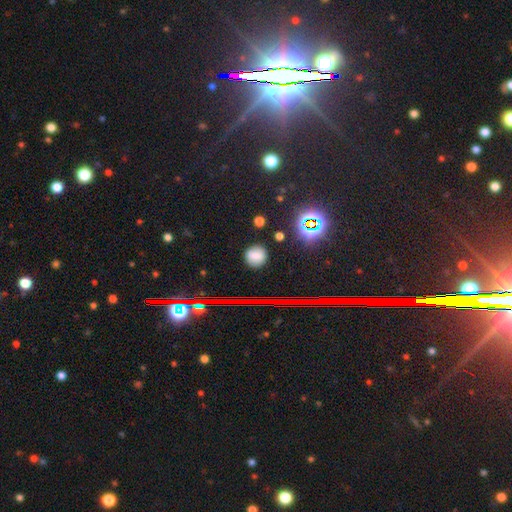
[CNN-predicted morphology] Q: Smooth or featured?
A: smooth (73%); runner-up: star or artifact (18%)
Q: How rounded?
A: round (82%); runner-up: in between (17%)
Q: Merging?
A: none (85%); runner-up: minor disturbance (10%)